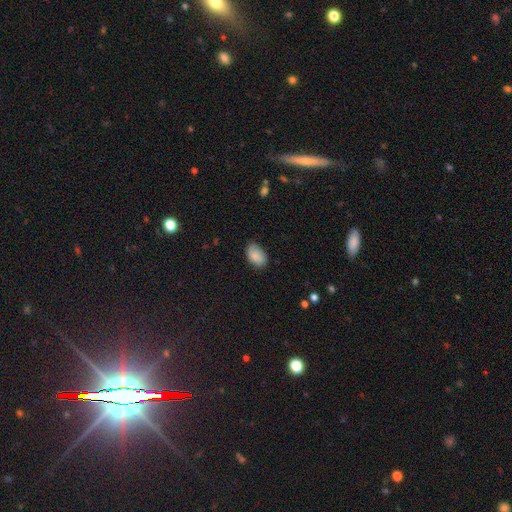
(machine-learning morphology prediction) This appears to be a smooth galaxy with no disk features (86%) that is in between round and cigar-shaped (91%). Merging: none (77%).